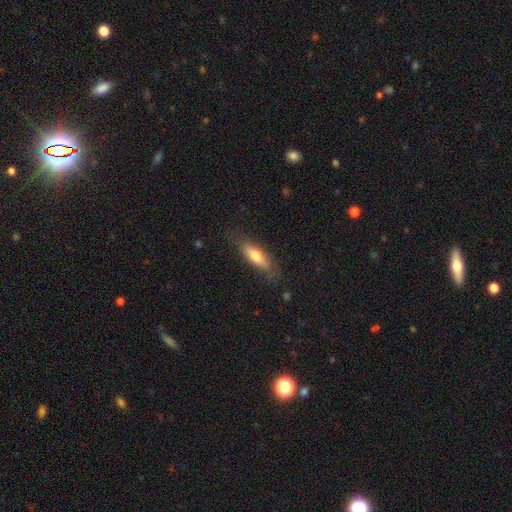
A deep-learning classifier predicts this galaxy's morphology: Smooth or featured: smooth — 68% (featured or disk — 25%)
How rounded: in between — 50% (cigar-shaped — 47%)
Merging: none — 79% (minor disturbance — 16%)